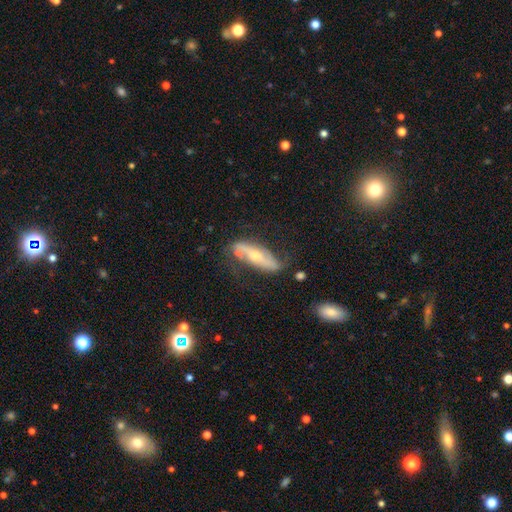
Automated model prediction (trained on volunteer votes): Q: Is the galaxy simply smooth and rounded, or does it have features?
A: featured or disk — 71%.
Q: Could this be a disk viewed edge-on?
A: no — 74%.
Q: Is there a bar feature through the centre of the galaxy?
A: no — 44%.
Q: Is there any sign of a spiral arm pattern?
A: yes — 84%.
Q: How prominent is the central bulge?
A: moderate — 52%.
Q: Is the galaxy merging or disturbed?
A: none — 62%.